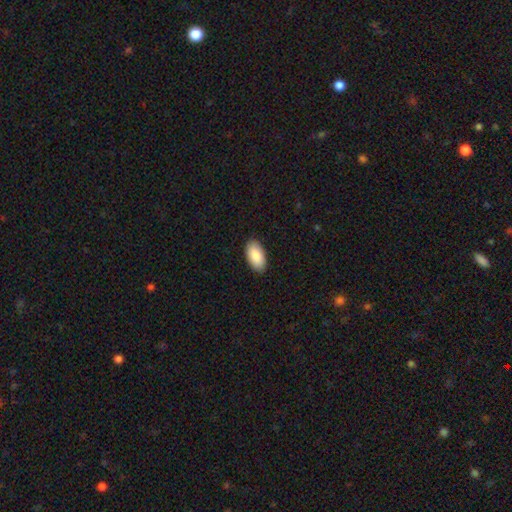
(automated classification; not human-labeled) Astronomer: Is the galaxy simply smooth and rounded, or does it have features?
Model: smooth — 87%.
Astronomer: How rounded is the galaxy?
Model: in between — 96%.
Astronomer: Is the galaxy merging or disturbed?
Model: none — 89%.